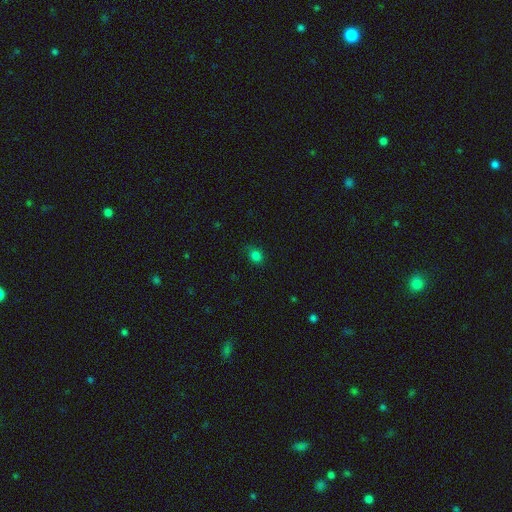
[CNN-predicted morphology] Smooth or featured?
  - smooth: 80% *
  - star or artifact: 16%
  - featured or disk: 4%
How rounded?
  - round: 64% *
  - in between: 35%
  - cigar-shaped: 1%
Merging?
  - none: 75% *
  - minor disturbance: 20%
  - major disturbance: 5%
  - merger: 1%